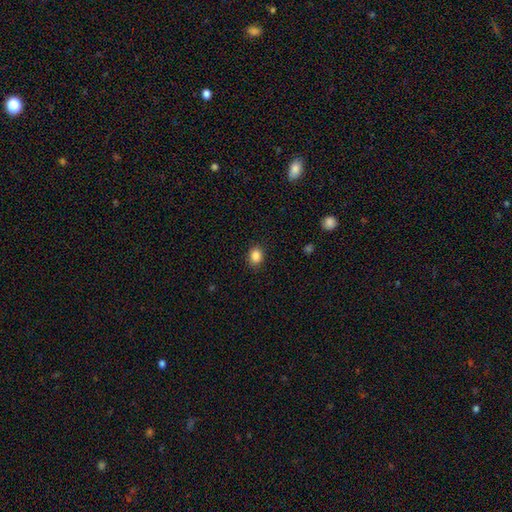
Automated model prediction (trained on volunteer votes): Q: Smooth or featured?
A: smooth (87%); runner-up: star or artifact (10%)
Q: How rounded?
A: round (51%); runner-up: in between (48%)
Q: Merging?
A: none (88%); runner-up: minor disturbance (9%)